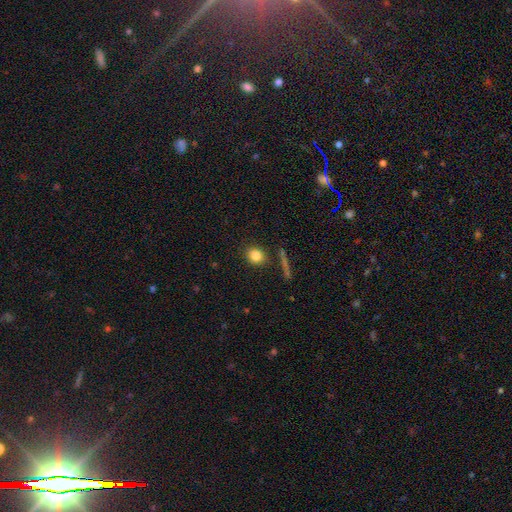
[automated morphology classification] smooth 83%, star or artifact 10%, featured or disk 7%. Down the decision tree: how rounded — round (75%); merging — none (86%).